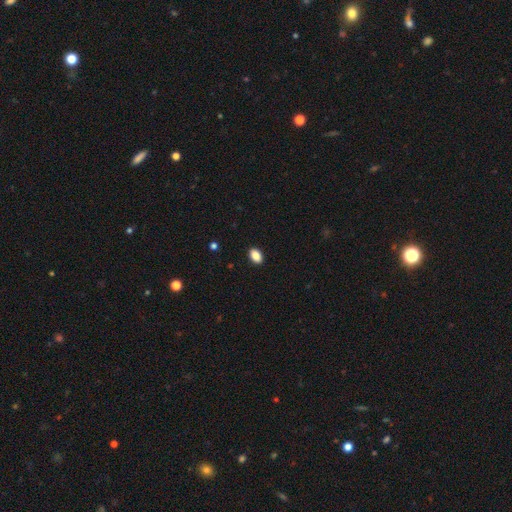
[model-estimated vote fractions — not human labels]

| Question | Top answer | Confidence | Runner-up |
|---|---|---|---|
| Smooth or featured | smooth | 87% | star or artifact (8%) |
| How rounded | in between | 88% | round (11%) |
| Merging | none | 90% | minor disturbance (7%) |